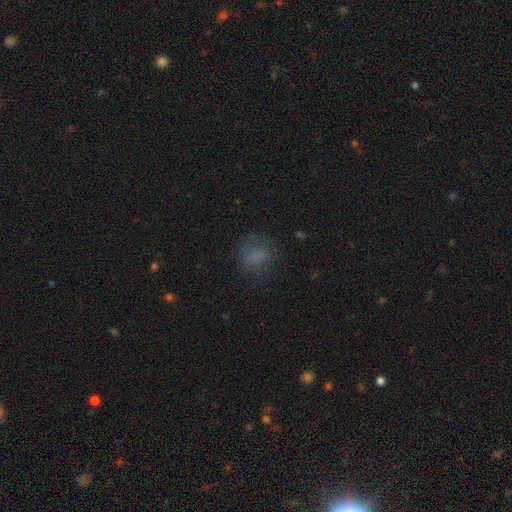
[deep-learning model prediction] Morphology: type=smooth (68%); roundness=round (64%); merging=none (63%).